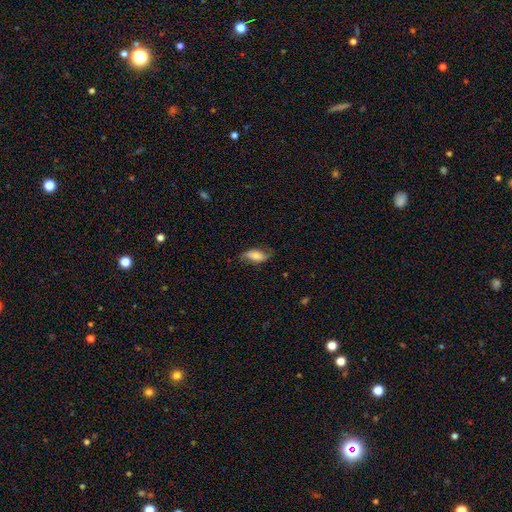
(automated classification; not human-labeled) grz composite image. It shows a smooth galaxy with no disk features (52%) that is in between round and cigar-shaped (81%). Merging: none (67%).